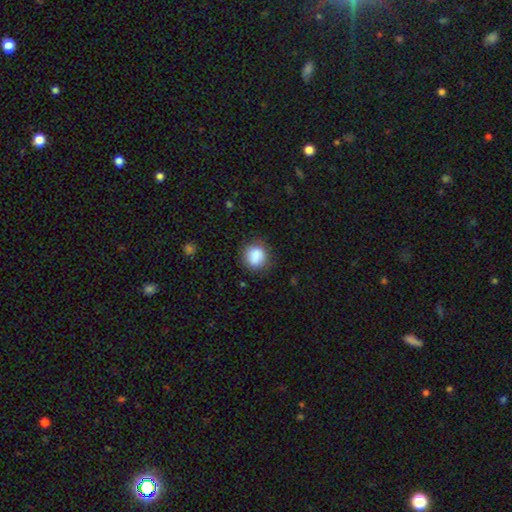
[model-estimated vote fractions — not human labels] A smooth galaxy with no disk features (87%) that is round (83%). Merging: none (82%).